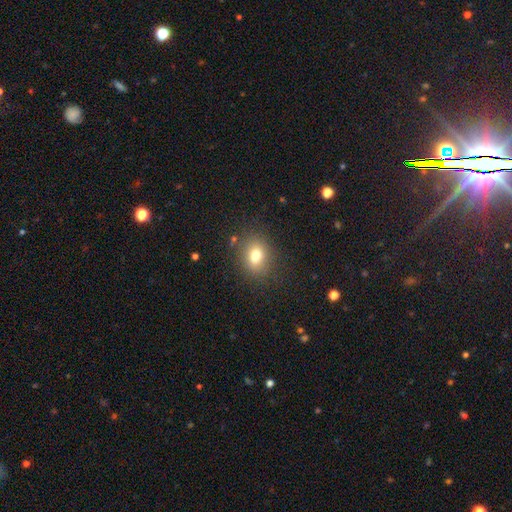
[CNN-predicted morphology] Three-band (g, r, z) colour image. It shows a smooth galaxy with no disk features (75%) that is round (54%). Merging: none (83%).